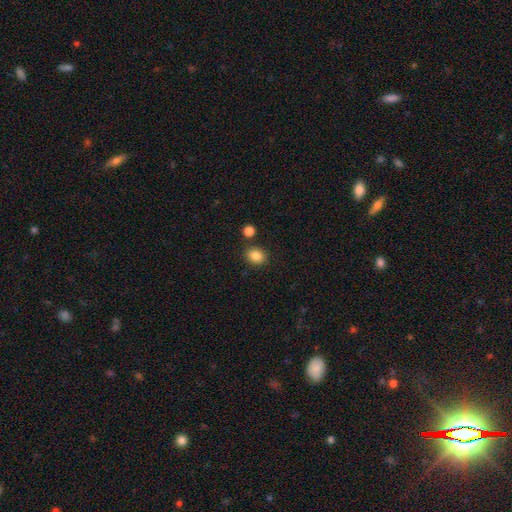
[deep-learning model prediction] This is clearly a smooth galaxy (85%). How rounded: possibly round (52%). Merging: clearly none (82%).